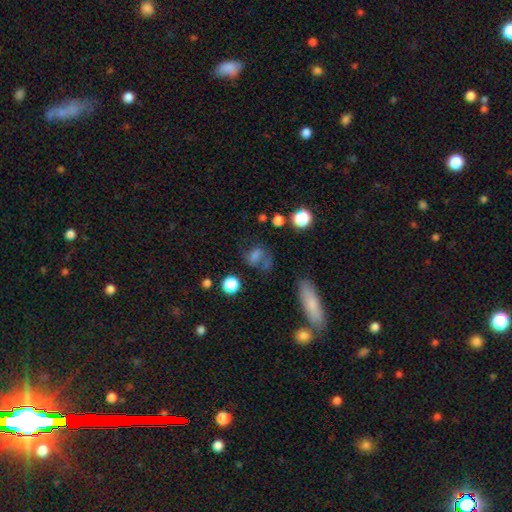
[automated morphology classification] type=smooth (63%); roundness=in between (55%); merging=none (49%).